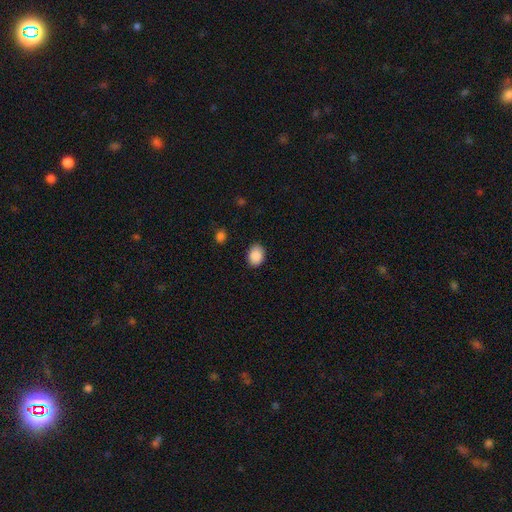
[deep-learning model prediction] Smooth or featured? smooth (89%)
How rounded? in between (64%)
Merging? none (87%)